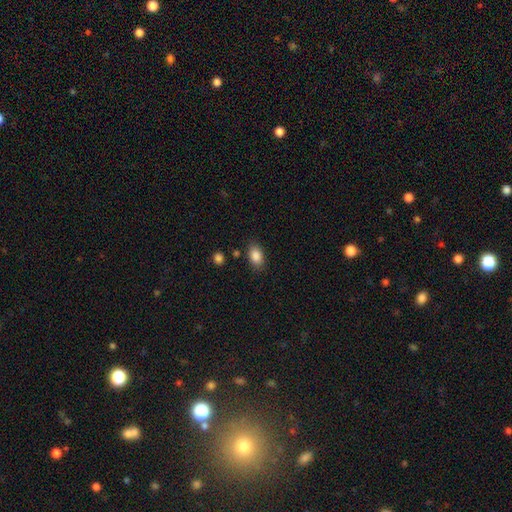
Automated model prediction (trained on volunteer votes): Q: Smooth or featured?
A: smooth (87%); runner-up: star or artifact (8%)
Q: How rounded?
A: in between (87%); runner-up: round (11%)
Q: Merging?
A: none (83%); runner-up: minor disturbance (11%)